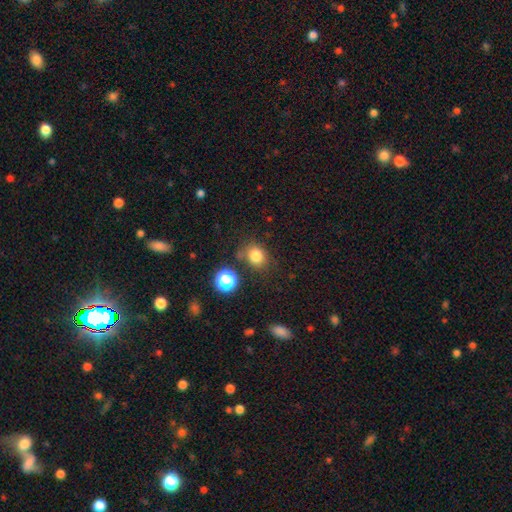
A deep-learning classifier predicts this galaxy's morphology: The model was most divided on "how rounded": round: 60%, in between: 39%, cigar-shaped: 1%. More confident: smooth or featured — smooth (79%); merging — none (72%).